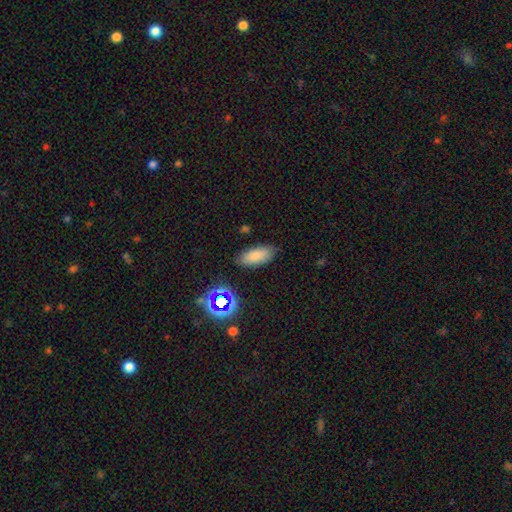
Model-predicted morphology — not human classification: smooth-or-featured: smooth: 80% | star or artifact: 11% | featured or disk: 9%
  how-rounded: in between: 86% | cigar-shaped: 11% | round: 3%
  merging: none: 82% | minor disturbance: 12% | major disturbance: 3% | merger: 2%